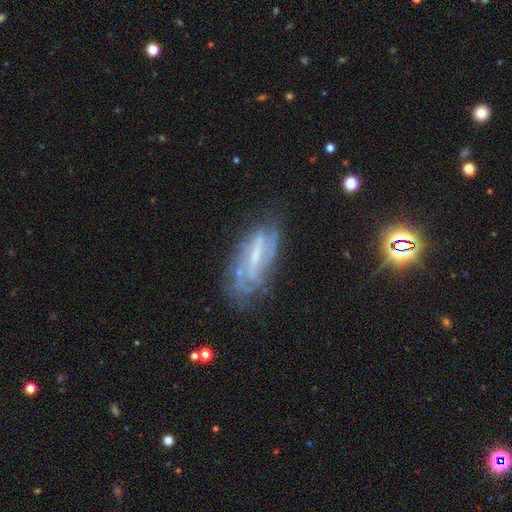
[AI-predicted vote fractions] Smooth or featured? featured or disk (72%)
Edge-on disk? no (80%)
Bar? strong (44%)
Spiral arms? yes (74%)
Bulge size? small (40%)
Merging? none (57%)